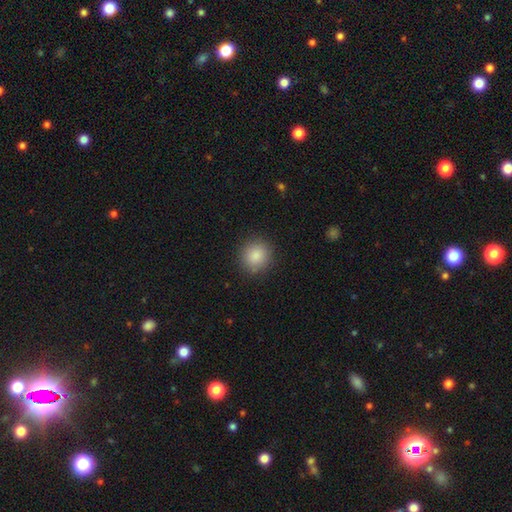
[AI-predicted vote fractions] A smooth galaxy with no disk features (86%) that is round (88%). Merging: none (87%).